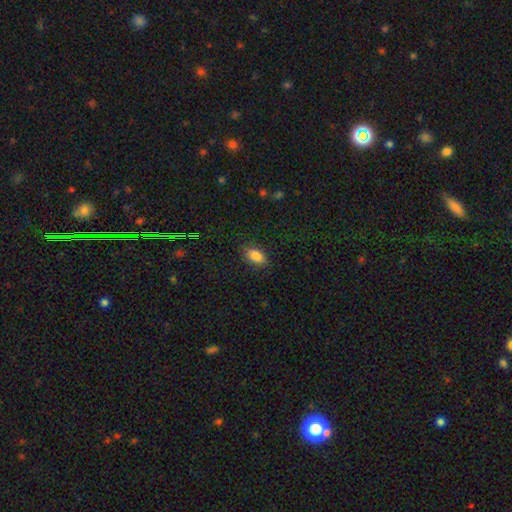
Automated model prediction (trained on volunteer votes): A smooth galaxy with no disk features (84%) that is in between round and cigar-shaped (89%). Merging: none (83%).